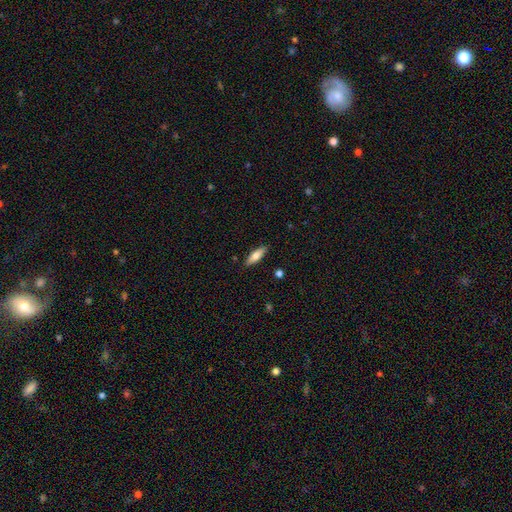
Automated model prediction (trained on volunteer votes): This is likely a smooth galaxy (70%). How rounded: possibly in between (49%, tied with cigar-shaped). Merging: clearly none (87%).